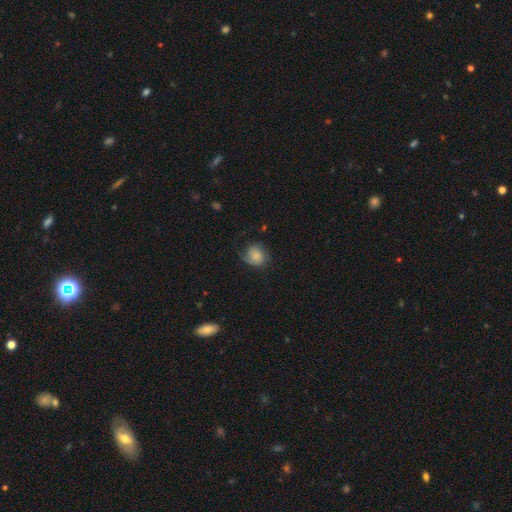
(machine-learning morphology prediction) smooth-or-featured: smooth: 62% | featured or disk: 29% | star or artifact: 9%
  how-rounded: round: 67% | in between: 32% | cigar-shaped: 1%
  merging: none: 56% | minor disturbance: 27% | major disturbance: 16% | merger: 1%